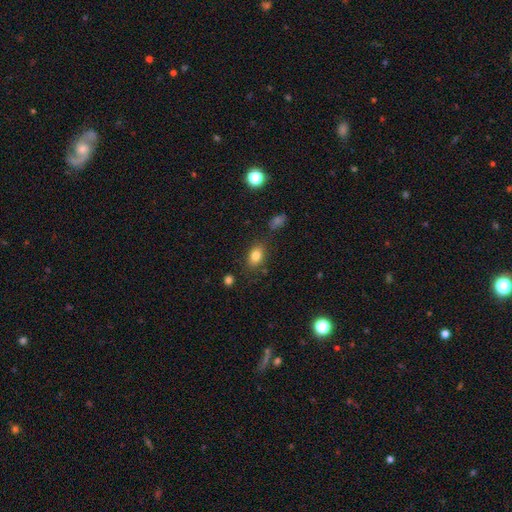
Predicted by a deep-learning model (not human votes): This is clearly a smooth galaxy (81%). How rounded: clearly in between (82%). Merging: likely none (77%).